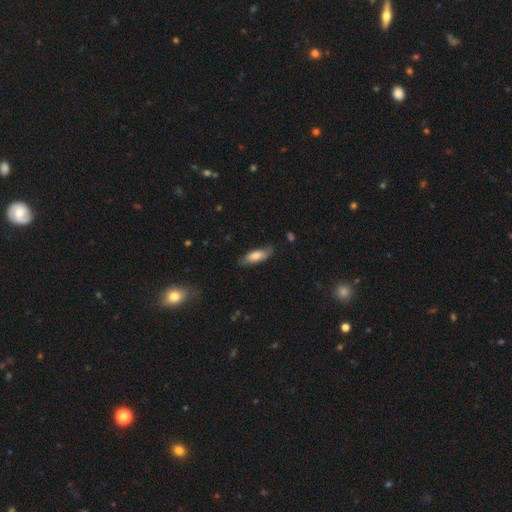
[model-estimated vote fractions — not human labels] Q: Smooth or featured?
A: smooth (71%); runner-up: featured or disk (23%)
Q: How rounded?
A: in between (61%); runner-up: cigar-shaped (37%)
Q: Merging?
A: none (74%); runner-up: minor disturbance (21%)